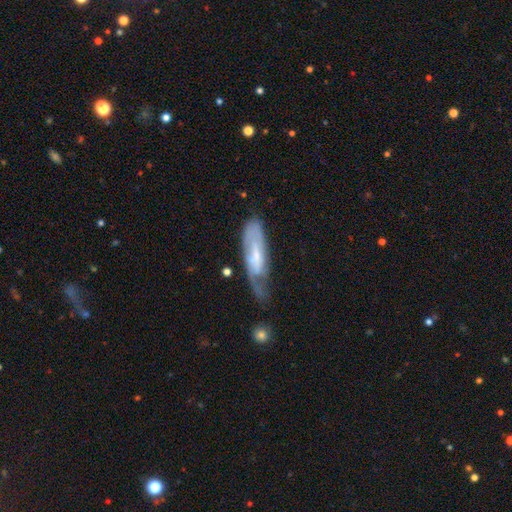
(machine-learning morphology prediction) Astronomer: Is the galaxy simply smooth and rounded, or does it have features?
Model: featured or disk — 57% (runner-up: smooth, 36%).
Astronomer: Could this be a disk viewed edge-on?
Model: no — 74%.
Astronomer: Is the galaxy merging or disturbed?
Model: none — 39% (runner-up: minor disturbance, 35%).